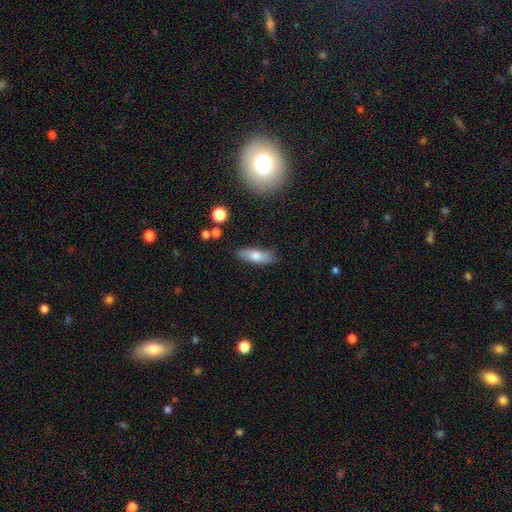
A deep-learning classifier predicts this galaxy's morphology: Q: Smooth or featured?
A: smooth (73%); runner-up: featured or disk (20%)
Q: How rounded?
A: in between (66%); runner-up: cigar-shaped (31%)
Q: Merging?
A: none (80%); runner-up: minor disturbance (14%)